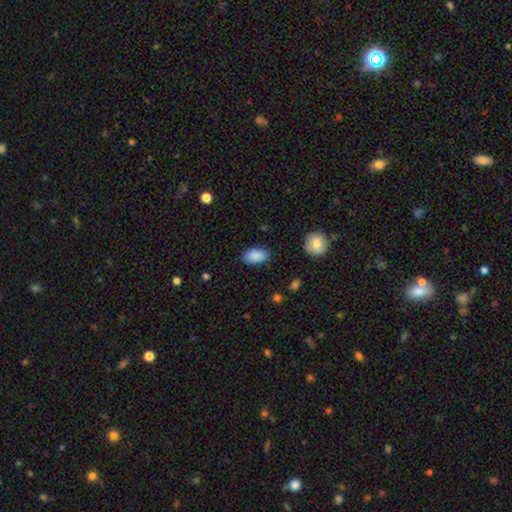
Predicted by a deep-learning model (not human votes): This appears to be a smooth galaxy with no disk features (88%) that is in between round and cigar-shaped (93%). Merging: none (83%).